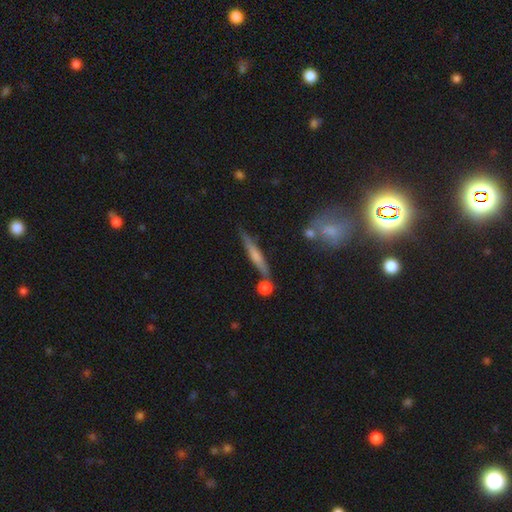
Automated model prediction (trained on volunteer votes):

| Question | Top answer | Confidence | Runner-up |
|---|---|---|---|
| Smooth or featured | smooth | 47% | featured or disk (46%) |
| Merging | none | 76% | minor disturbance (13%) |